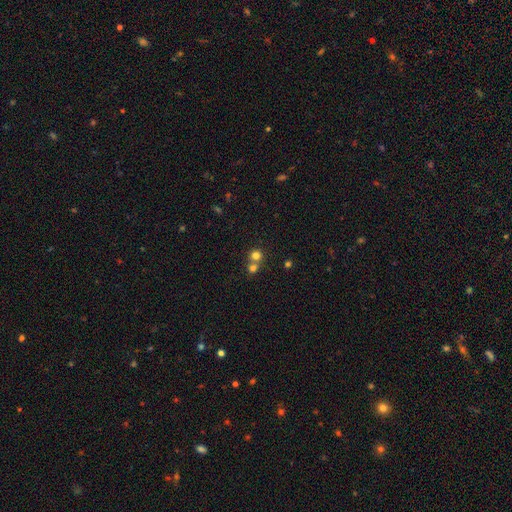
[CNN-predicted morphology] This is likely a smooth galaxy (76%). How rounded: clearly round (89%). Merging: possibly merger (48%).